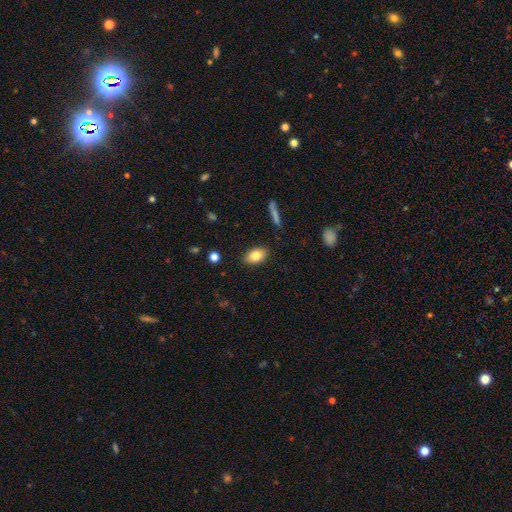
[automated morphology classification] Overall: smooth (83%). How rounded: in between (90%). Merging: none (86%).